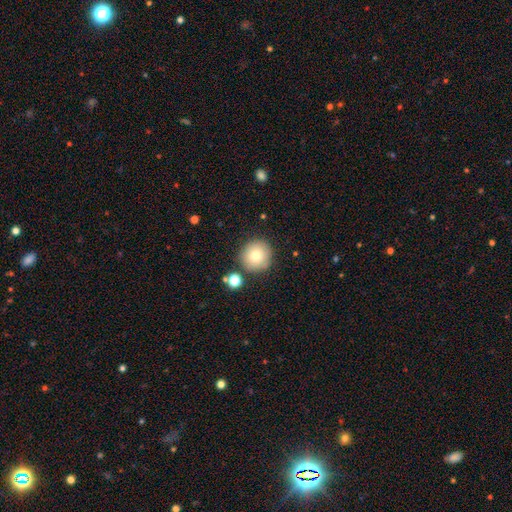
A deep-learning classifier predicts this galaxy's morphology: Q: Smooth or featured?
A: smooth (77%); runner-up: featured or disk (12%)
Q: How rounded?
A: round (95%); runner-up: in between (4%)
Q: Merging?
A: none (84%); runner-up: minor disturbance (8%)